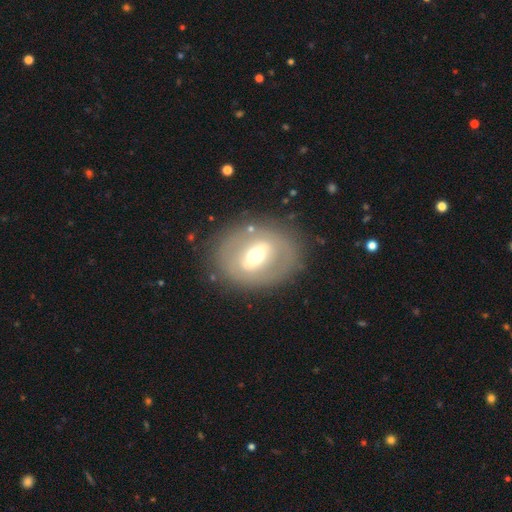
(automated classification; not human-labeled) This appears to be a featured or disk galaxy (61%) with a strong bar (44%), no spiral arms (78%) and a moderate central bulge (66%). Merging: none (79%).